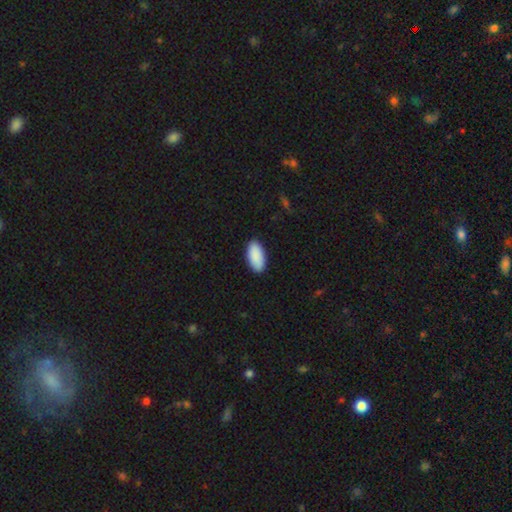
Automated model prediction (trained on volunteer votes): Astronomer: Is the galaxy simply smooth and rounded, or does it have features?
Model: smooth — 91%.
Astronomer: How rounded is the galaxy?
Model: in between — 94%.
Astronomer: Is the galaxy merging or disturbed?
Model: none — 89%.